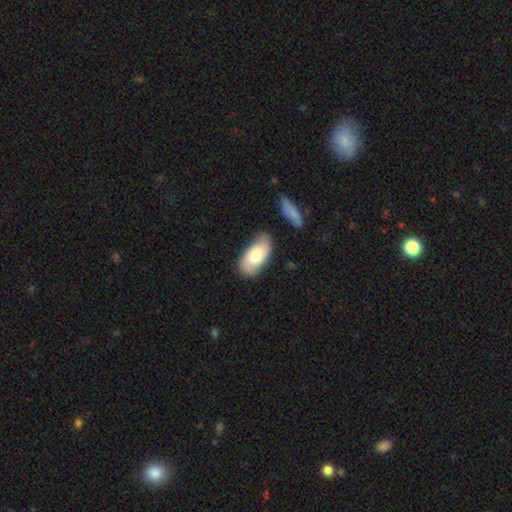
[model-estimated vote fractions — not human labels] Smooth or featured? smooth (71%)
How rounded? in between (93%)
Merging? none (71%)